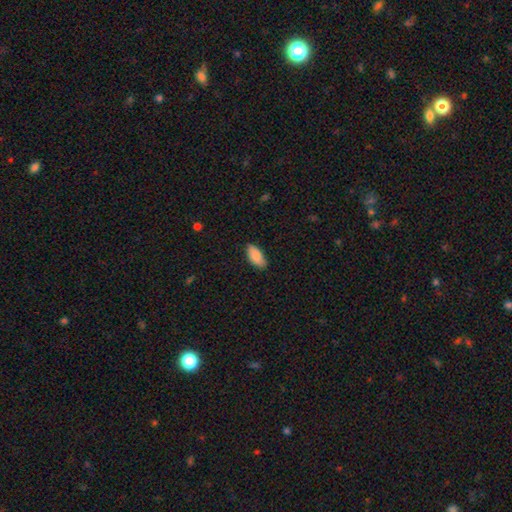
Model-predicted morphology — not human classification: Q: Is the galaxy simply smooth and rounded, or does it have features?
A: smooth — 88%.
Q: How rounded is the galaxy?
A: in between — 91%.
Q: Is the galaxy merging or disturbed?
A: none — 85%.